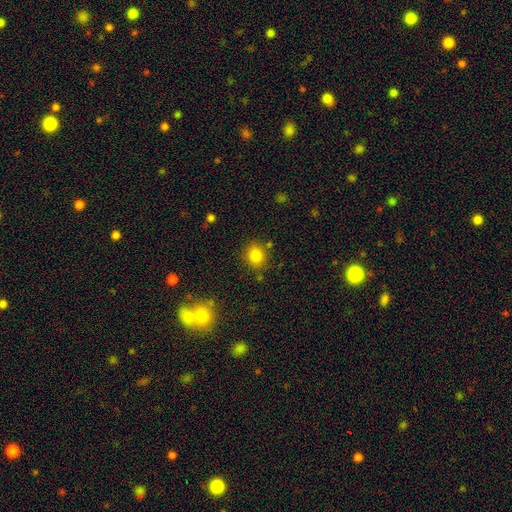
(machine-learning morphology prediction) A smooth galaxy with no disk features (83%) that is round (76%).

Vote fractions:
- Smooth or featured? smooth: 83% / star or artifact: 11% / featured or disk: 6%
- How rounded? round: 76% / in between: 24% / cigar-shaped: 1%
- Merging? none: 82% / minor disturbance: 10% / merger: 5% / major disturbance: 3%